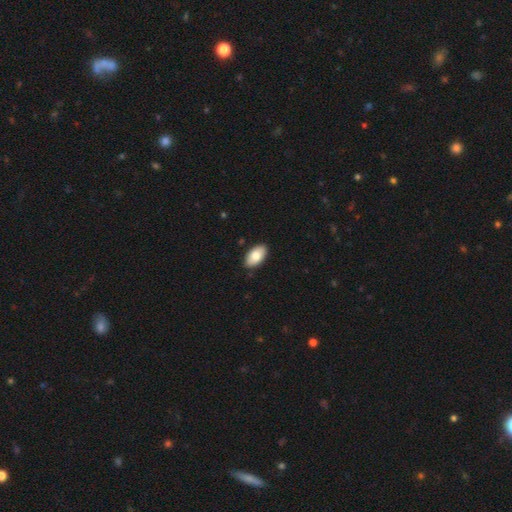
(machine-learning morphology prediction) Q: Smooth or featured?
A: smooth (83%); runner-up: featured or disk (11%)
Q: How rounded?
A: in between (95%); runner-up: round (3%)
Q: Merging?
A: none (89%); runner-up: minor disturbance (8%)